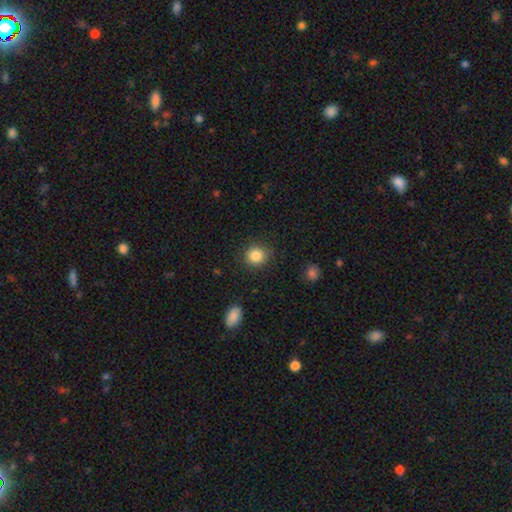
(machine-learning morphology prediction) type=smooth (86%); roundness=round (88%); merging=none (86%).